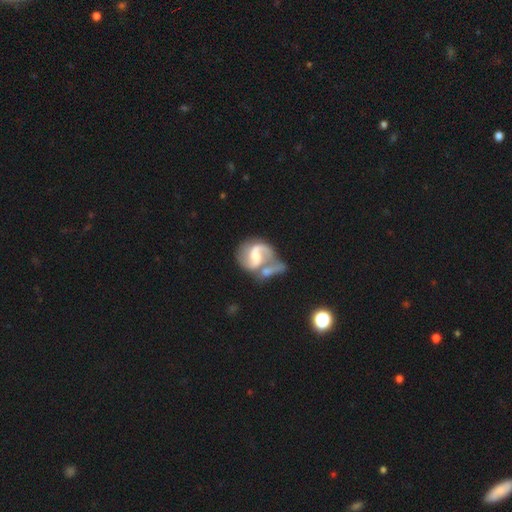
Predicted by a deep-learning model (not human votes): Smooth or featured?
  - featured or disk: 84% *
  - smooth: 11%
  - star or artifact: 5%
Edge-on disk?
  - no: 98% *
  - yes: 2%
Bar?
  - weak: 50% *
  - strong: 26%
  - no: 24%
Spiral arms?
  - yes: 94% *
  - no: 6%
Spiral winding?
  - medium: 47% *
  - loose: 40%
  - tight: 13%
Spiral arm count?
  - 2: 86% *
  - 1: 7%
  - can't tell: 4%
  - 3: 1%
  - 4: 1%
  - more than 4: 1%
Bulge size?
  - moderate: 45% *
  - small: 36%
  - none: 10%
  - large: 8%
  - dominant: 2%
Merging?
  - merger: 45% *
  - none: 27%
  - major disturbance: 15%
  - minor disturbance: 14%